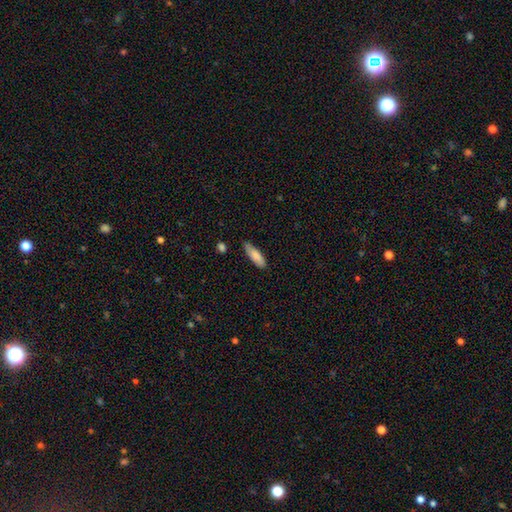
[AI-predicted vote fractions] Smooth or featured?
  - smooth: 84% *
  - featured or disk: 10%
  - star or artifact: 6%
How rounded?
  - in between: 50% *
  - cigar-shaped: 49%
  - round: 1%
Merging?
  - none: 74% *
  - minor disturbance: 21%
  - major disturbance: 3%
  - merger: 2%